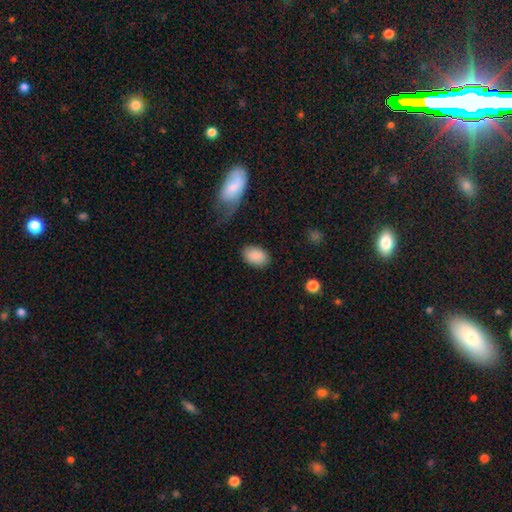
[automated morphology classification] Smooth or featured? smooth (88%)
How rounded? in between (87%)
Merging? none (80%)